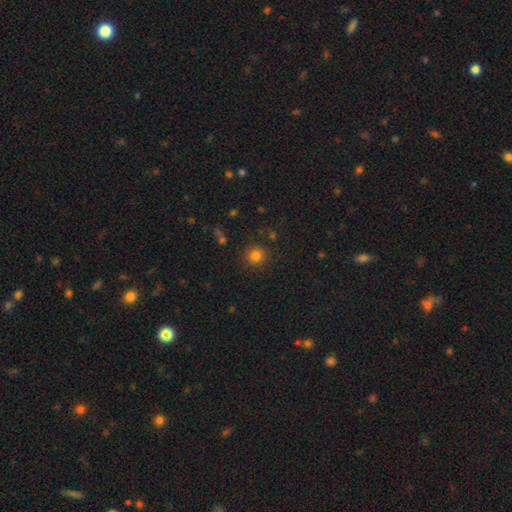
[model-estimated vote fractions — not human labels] Morphology: type=smooth (80%); roundness=round (89%); merging=none (86%).